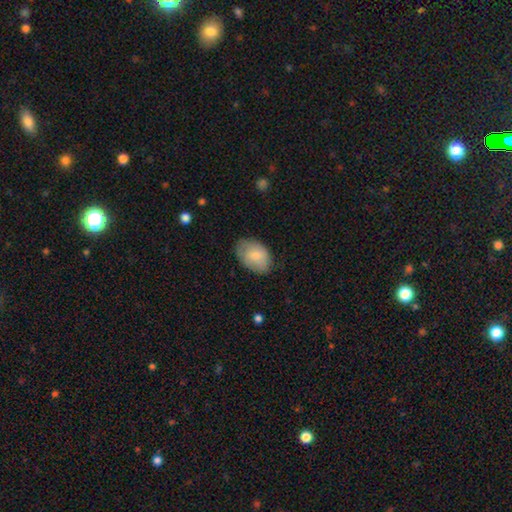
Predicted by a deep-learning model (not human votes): Overall: smooth (80%). How rounded: in between (86%). Merging: none (73%).